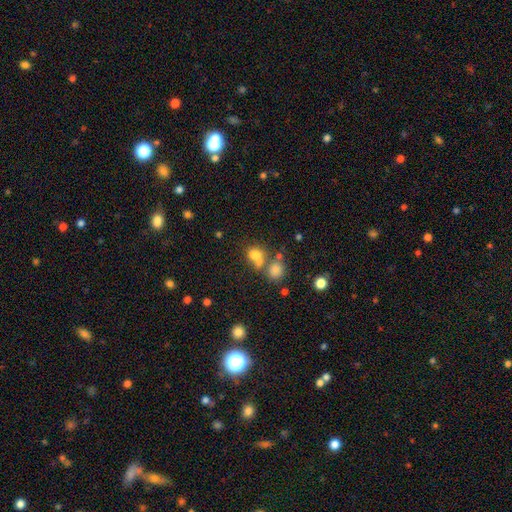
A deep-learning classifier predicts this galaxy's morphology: smooth 72%, star or artifact 17%, featured or disk 10%. Down the decision tree: how rounded — round (58%); merging — merger (43%).